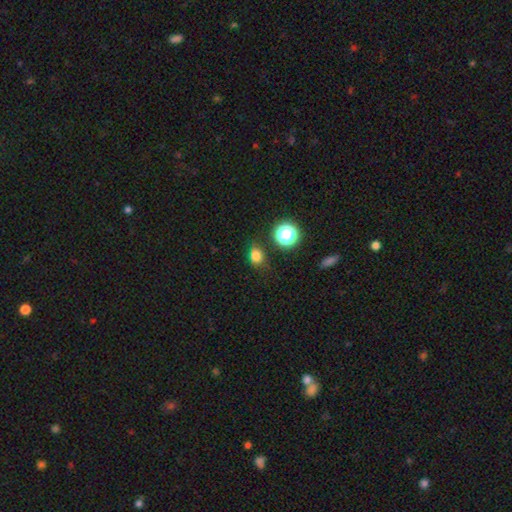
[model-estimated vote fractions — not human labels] smooth 76%, star or artifact 19%, featured or disk 6%. Down the decision tree: how rounded — round (61%); merging — none (71%).